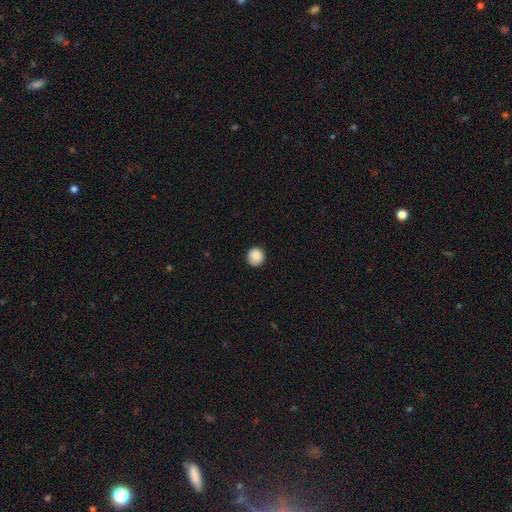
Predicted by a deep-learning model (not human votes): The model was most divided on "smooth or featured": smooth: 88%, star or artifact: 8%, featured or disk: 3%. More confident: how rounded — round (95%); merging — none (90%).